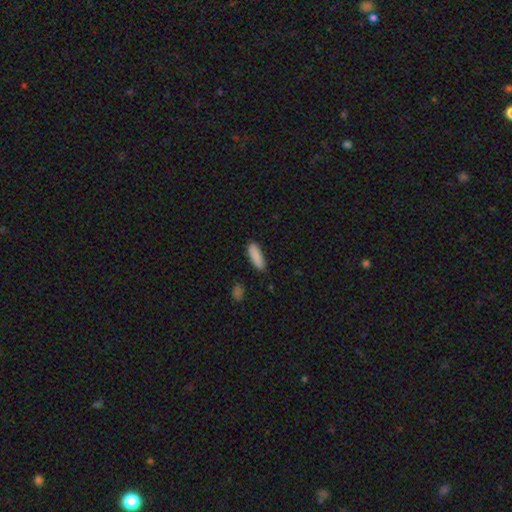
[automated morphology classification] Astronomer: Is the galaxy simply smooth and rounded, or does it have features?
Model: smooth — 88%.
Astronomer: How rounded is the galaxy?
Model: in between — 53% (runner-up: cigar-shaped, 45%).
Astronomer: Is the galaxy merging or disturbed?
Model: none — 83%.